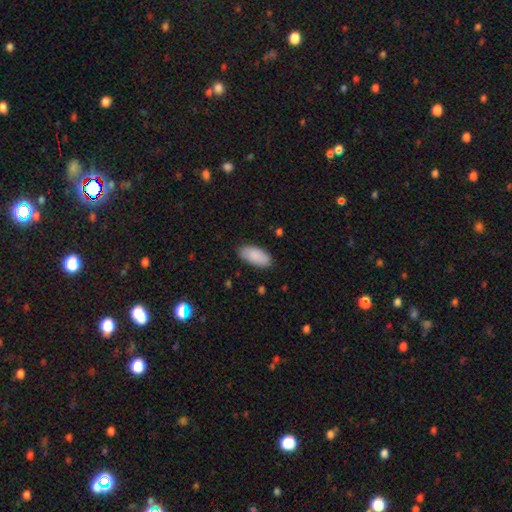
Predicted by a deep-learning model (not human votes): Smooth or featured?
  - smooth: 89% *
  - star or artifact: 6%
  - featured or disk: 5%
How rounded?
  - in between: 93% *
  - cigar-shaped: 5%
  - round: 2%
Merging?
  - none: 85% *
  - minor disturbance: 11%
  - major disturbance: 2%
  - merger: 1%